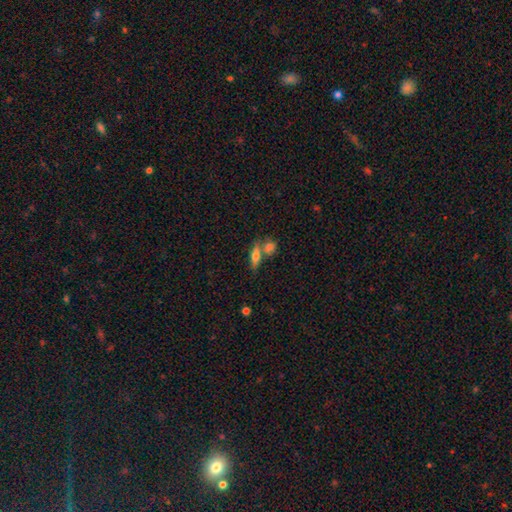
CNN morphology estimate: smooth 60%, featured or disk 31%, star or artifact 8%. Down the decision tree: how rounded — in between (47%, tied with cigar-shaped); merging — none (54%).